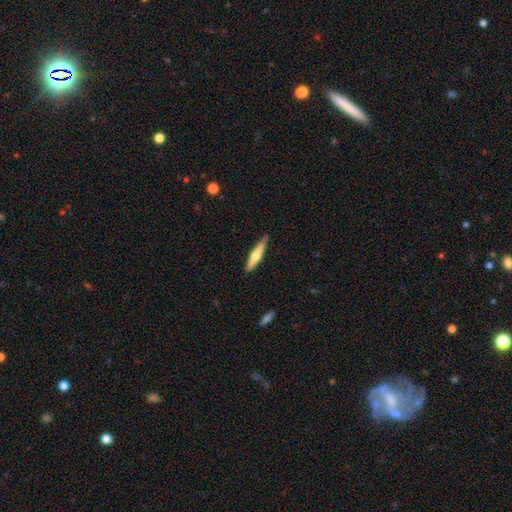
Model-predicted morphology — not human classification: This is possibly a smooth galaxy (53%). How rounded: clearly cigar-shaped (87%). Merging: clearly none (82%).